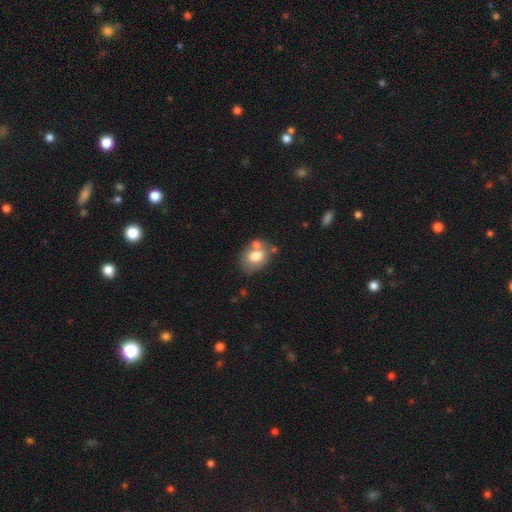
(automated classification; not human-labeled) Smooth or featured?
  - smooth: 73% *
  - featured or disk: 19%
  - star or artifact: 8%
How rounded?
  - in between: 68% *
  - round: 31%
  - cigar-shaped: 1%
Merging?
  - none: 48% *
  - merger: 28%
  - minor disturbance: 17%
  - major disturbance: 6%